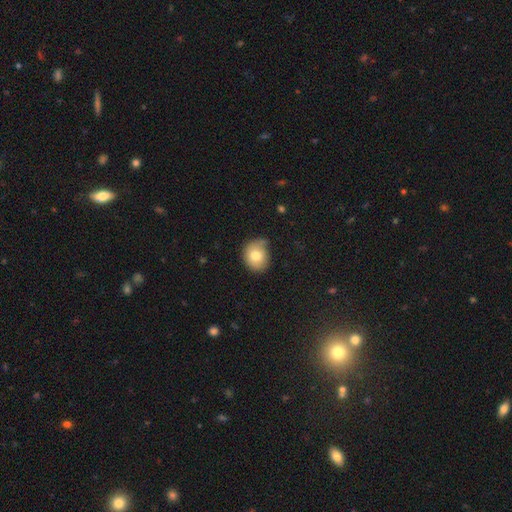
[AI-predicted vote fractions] smooth_or_featured: smooth (p=0.78) [alt: featured or disk p=0.13]
how_rounded: round (p=0.65) [alt: in between p=0.34]
merging: none (p=0.58) [alt: minor disturbance p=0.31]